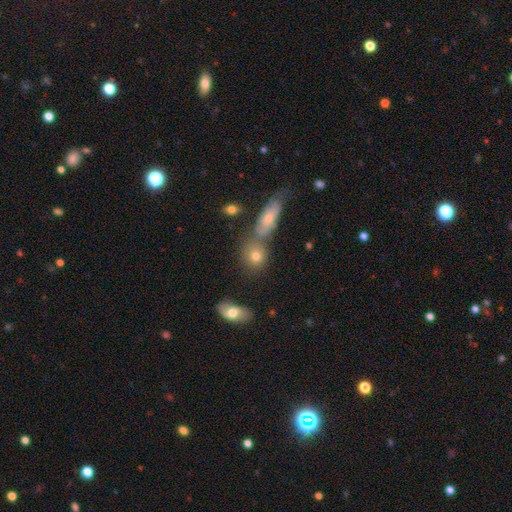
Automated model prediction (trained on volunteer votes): smooth 69%, featured or disk 18%, star or artifact 13%. Down the decision tree: how rounded — round (66%); merging — none (57%).